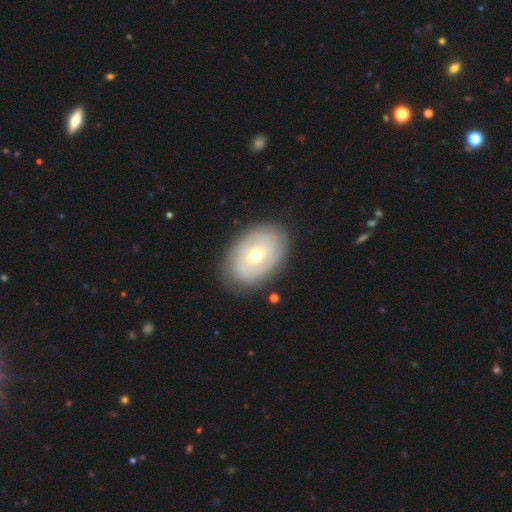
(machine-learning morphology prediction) smooth-or-featured: featured or disk: 63% | smooth: 31% | star or artifact: 6%
  disk-edge-on: no: 94% | yes: 6%
    bar: no: 59% | weak: 31% | strong: 10%
    has-spiral-arms: yes: 56% | no: 44%
    bulge-size: moderate: 70% | small: 24% | large: 4% | dominant: 1% | none: 1%
  merging: none: 80% | minor disturbance: 14% | major disturbance: 4% | merger: 1%